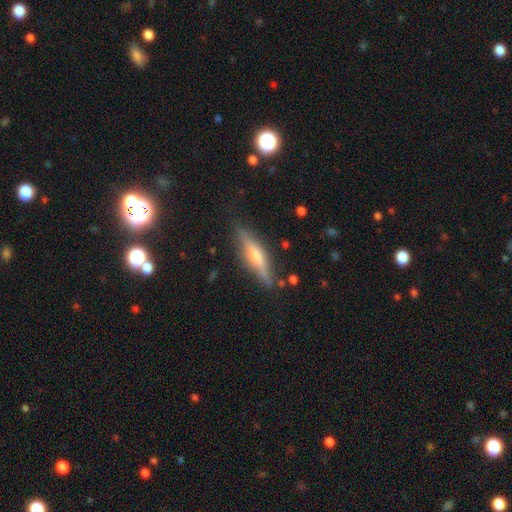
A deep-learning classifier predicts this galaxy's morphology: A featured or disk galaxy (55%) viewed edge-on (93%) with a rounded central bulge (74%). Merging: none (84%).